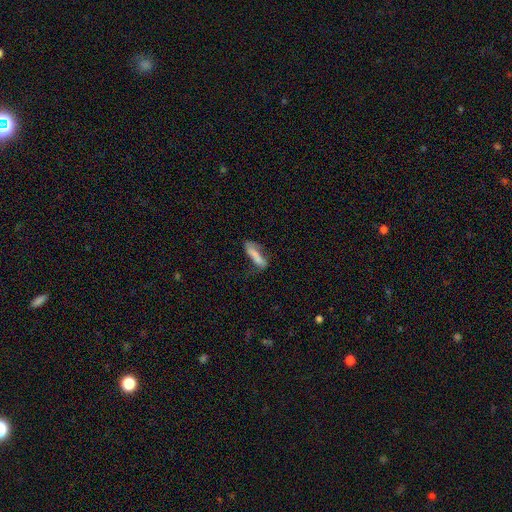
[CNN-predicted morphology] Smooth or featured: smooth — 67% (featured or disk — 25%)
How rounded: cigar-shaped — 64% (in between — 33%)
Merging: none — 44% (minor disturbance — 28%)